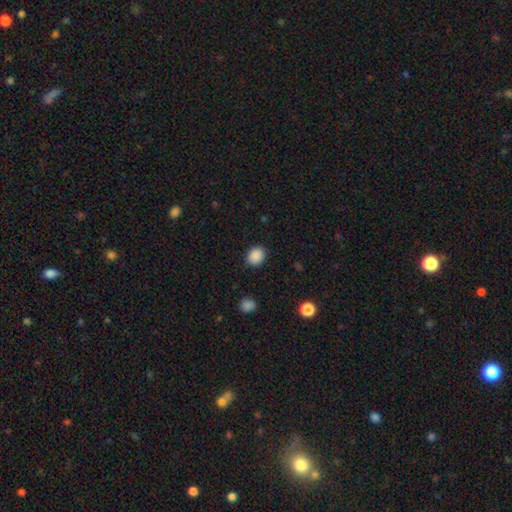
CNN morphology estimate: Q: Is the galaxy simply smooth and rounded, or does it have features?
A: smooth — 89%.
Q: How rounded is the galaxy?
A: round — 69%.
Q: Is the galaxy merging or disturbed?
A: none — 88%.